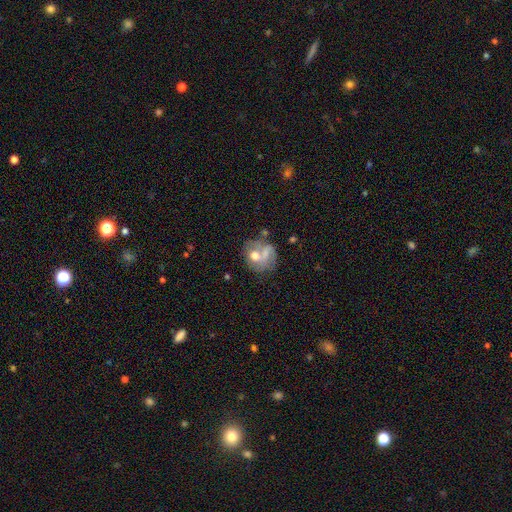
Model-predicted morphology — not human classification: A smooth galaxy with no disk features (48%).

Vote fractions:
- Smooth or featured? smooth: 48% / featured or disk: 42% / star or artifact: 10%
- Merging? merger: 35% / none: 34% / minor disturbance: 17% / major disturbance: 15%